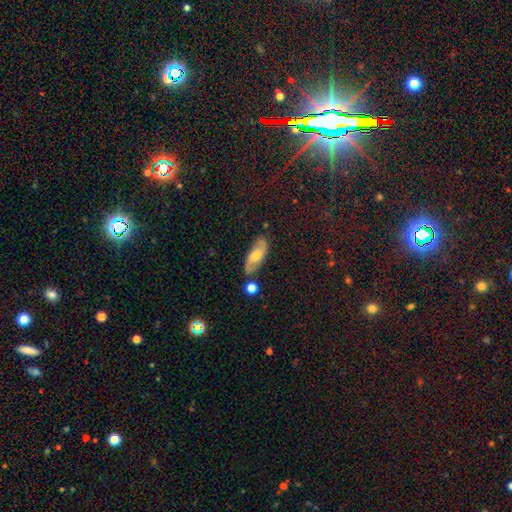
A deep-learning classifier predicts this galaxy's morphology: Q: Smooth or featured?
A: featured or disk (54%); runner-up: smooth (37%)
Q: Edge-on disk?
A: no (86%); runner-up: yes (14%)
Q: Merging?
A: none (74%); runner-up: minor disturbance (16%)